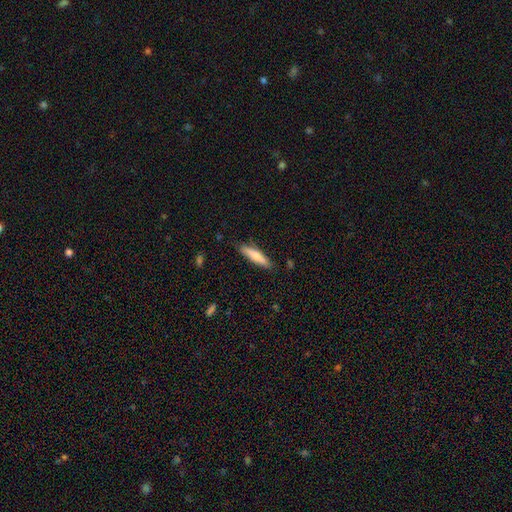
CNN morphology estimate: A smooth galaxy with no disk features (74%) that is cigar-shaped (79%).

Vote fractions:
- Smooth or featured? smooth: 74% / featured or disk: 20% / star or artifact: 6%
- How rounded? cigar-shaped: 79% / in between: 20% / round: 1%
- Merging? none: 85% / minor disturbance: 12% / major disturbance: 2% / merger: 1%